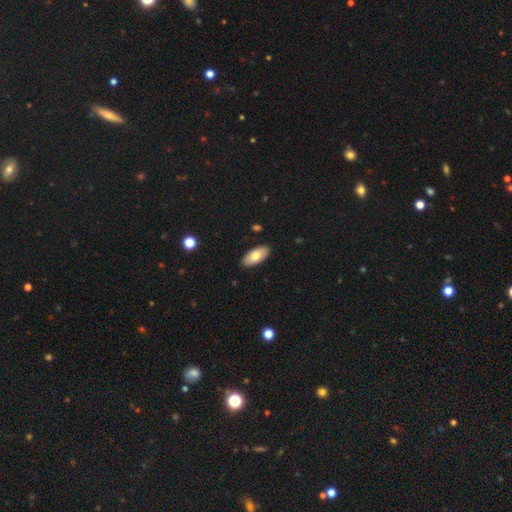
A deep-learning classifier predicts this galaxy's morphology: This appears to be a smooth galaxy with no disk features (76%) that is in between round and cigar-shaped (92%). Merging: none (89%).